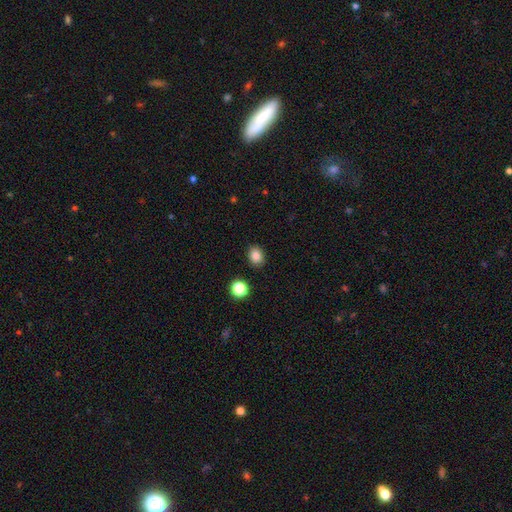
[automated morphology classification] This is clearly a smooth galaxy (84%). How rounded: possibly round (54%). Merging: clearly none (89%).